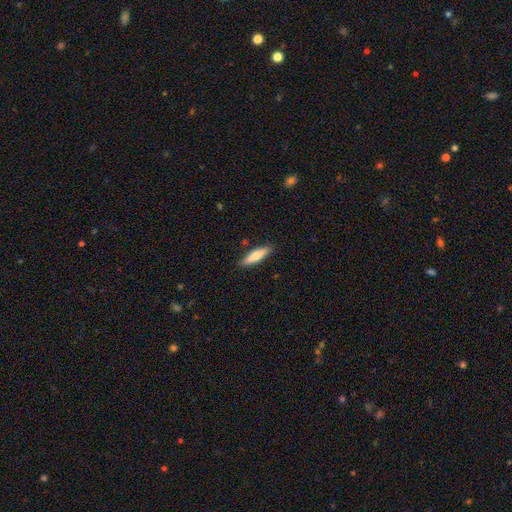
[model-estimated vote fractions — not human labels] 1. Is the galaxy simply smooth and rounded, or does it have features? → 76% smooth, 18% featured or disk, 6% star or artifact.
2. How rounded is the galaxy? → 68% cigar-shaped, 30% in between, 2% round.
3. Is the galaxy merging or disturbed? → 88% none, 9% minor disturbance, 2% major disturbance, 1% merger.